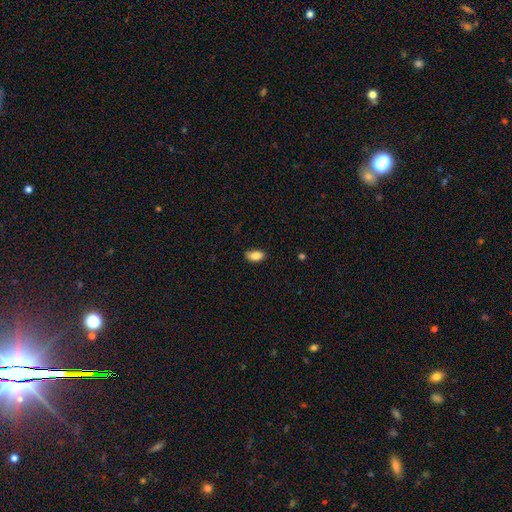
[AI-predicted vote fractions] This is clearly a smooth galaxy (86%). How rounded: clearly in between (91%). Merging: likely none (79%).